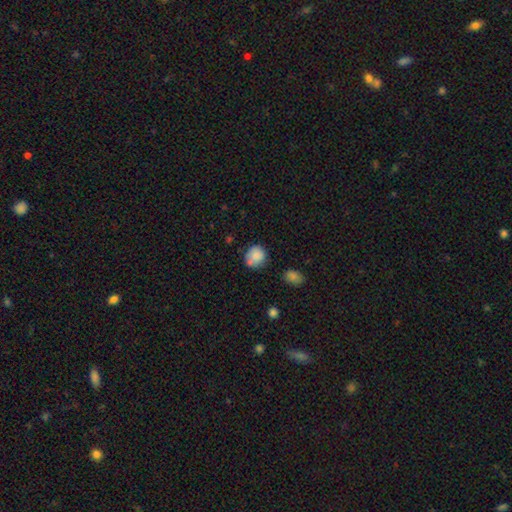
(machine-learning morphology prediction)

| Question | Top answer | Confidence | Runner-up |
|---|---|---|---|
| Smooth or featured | smooth | 84% | star or artifact (8%) |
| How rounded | round | 84% | in between (16%) |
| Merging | none | 65% | minor disturbance (21%) |